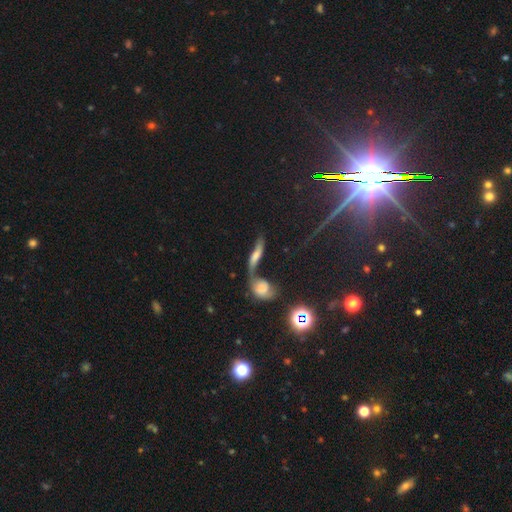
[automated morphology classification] The model was most divided on "smooth or featured": featured or disk: 44%, smooth: 41%, star or artifact: 15%. Remaining: merging — merger (48%).